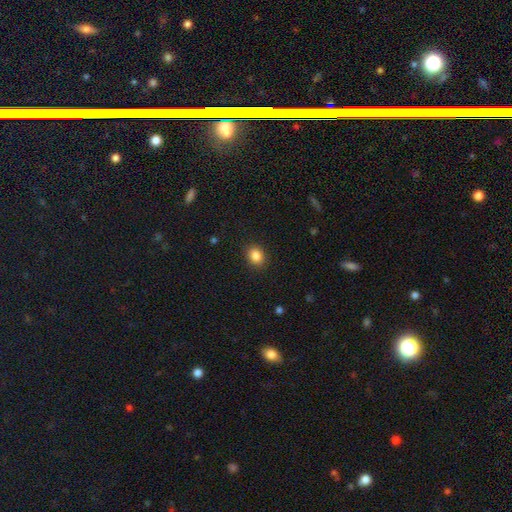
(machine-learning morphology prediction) This appears to be a smooth galaxy with no disk features (85%) that is round (58%). Merging: none (90%).